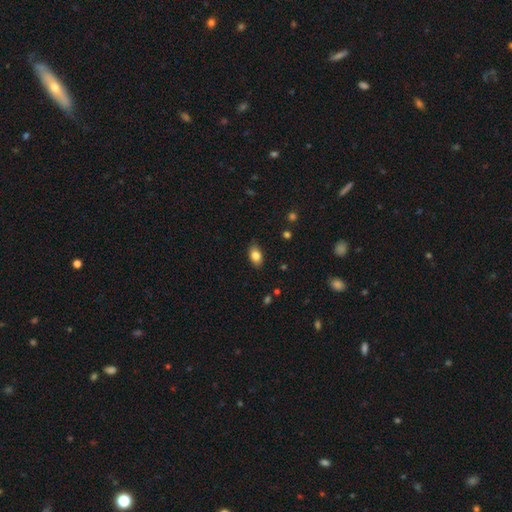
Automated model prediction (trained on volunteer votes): Smooth or featured: smooth — 82% (featured or disk — 10%)
How rounded: in between — 89% (round — 9%)
Merging: none — 84% (minor disturbance — 13%)